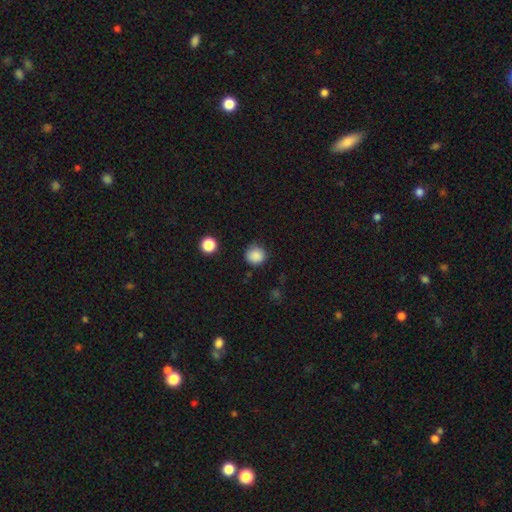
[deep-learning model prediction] Smooth or featured? Predicted: smooth (p=0.86). How rounded? Predicted: round (p=0.92). Merging? Predicted: none (p=0.81).